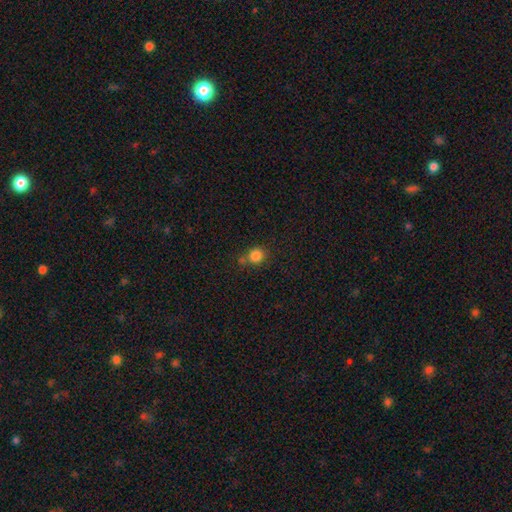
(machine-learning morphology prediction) A smooth galaxy with no disk features (83%) that is round (80%). Merging: none (63%).